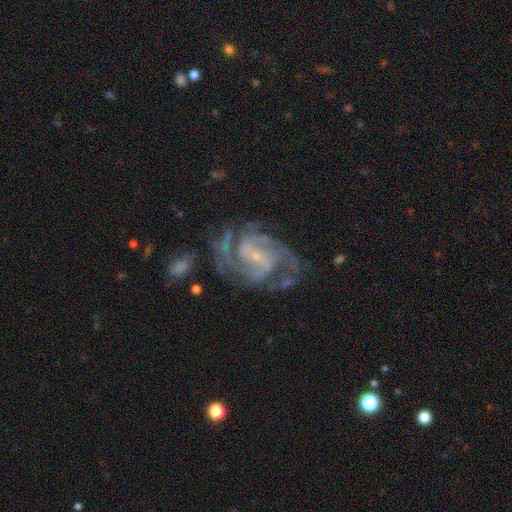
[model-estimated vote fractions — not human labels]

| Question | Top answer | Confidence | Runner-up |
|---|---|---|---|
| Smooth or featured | featured or disk | 91% | star or artifact (6%) |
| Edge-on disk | no | 98% | yes (2%) |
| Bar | weak | 42% | tied: no (42%) |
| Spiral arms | yes | 98% | no (2%) |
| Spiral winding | medium | 48% | tight (44%) |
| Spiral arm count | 3 | 30% | 2 (28%) |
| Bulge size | small | 81% | moderate (11%) |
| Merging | none | 65% | minor disturbance (19%) |